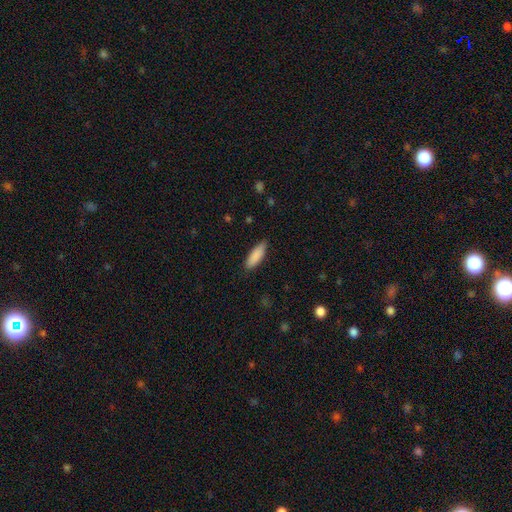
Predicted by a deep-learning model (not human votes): A smooth galaxy with no disk features (88%) that is in between round and cigar-shaped (57%). Merging: none (84%).